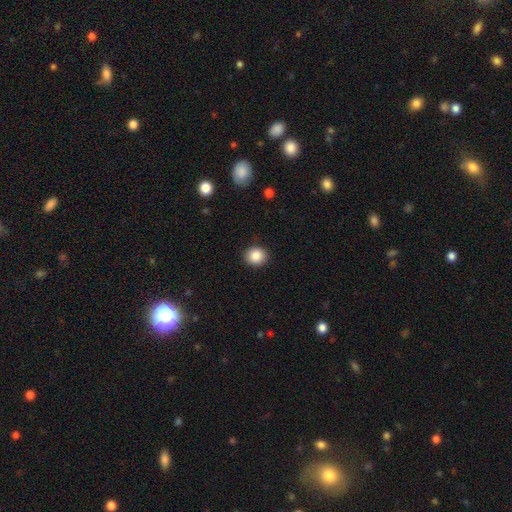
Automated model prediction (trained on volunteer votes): A smooth galaxy with no disk features (87%) that is round (80%).

Vote fractions:
- Smooth or featured? smooth: 87% / star or artifact: 9% / featured or disk: 4%
- How rounded? round: 80% / in between: 19% / cigar-shaped: 1%
- Merging? none: 90% / minor disturbance: 7% / major disturbance: 2% / merger: 1%